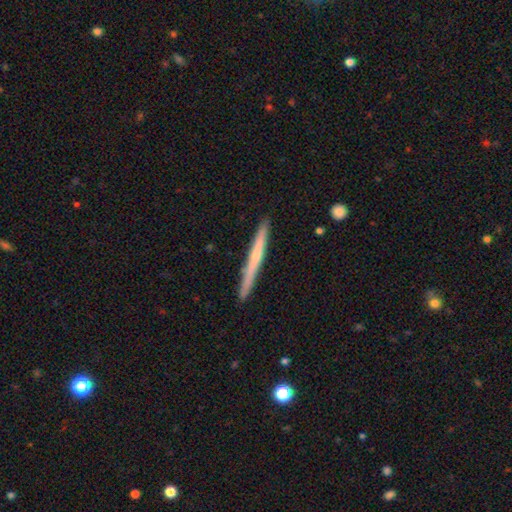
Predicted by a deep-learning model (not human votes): smooth-or-featured: featured or disk: 50% | smooth: 45% | star or artifact: 6%
  merging: none: 90% | minor disturbance: 7% | major disturbance: 1% | merger: 1%